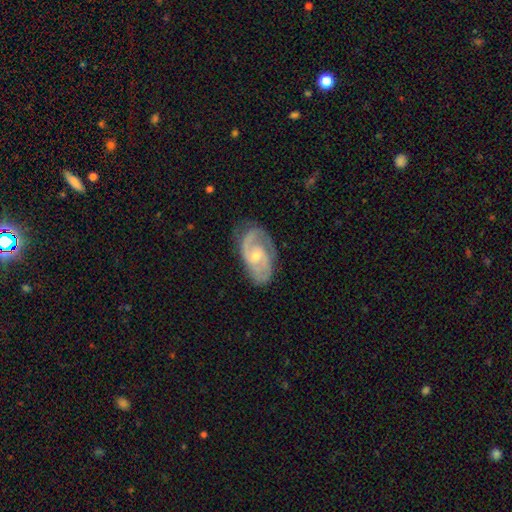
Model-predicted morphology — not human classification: Smooth or featured: featured or disk — 84% (smooth — 11%)
Edge-on disk: no — 96% (yes — 4%)
Bar: no — 61% (weak — 33%)
Spiral arms: yes — 95% (no — 5%)
Spiral winding: medium — 46% (tight — 39%)
Spiral arm count: 2 — 68% (can't tell — 13%)
Bulge size: small — 56% (moderate — 41%)
Merging: none — 69% (minor disturbance — 22%)